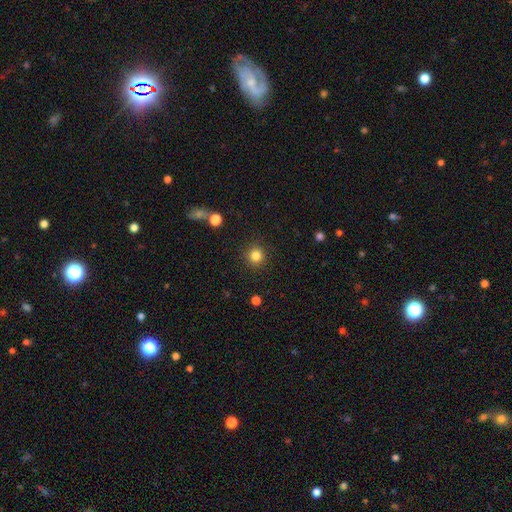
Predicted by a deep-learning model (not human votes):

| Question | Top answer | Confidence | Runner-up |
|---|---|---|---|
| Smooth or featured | smooth | 83% | star or artifact (12%) |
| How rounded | round | 94% | in between (5%) |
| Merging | none | 91% | minor disturbance (6%) |